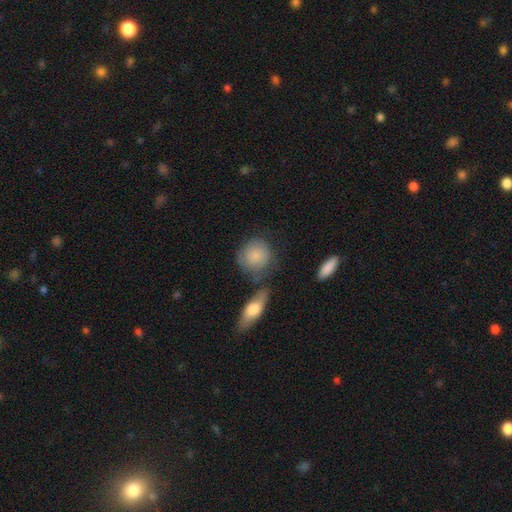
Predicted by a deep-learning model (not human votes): smooth 81%, featured or disk 12%, star or artifact 6%. Down the decision tree: how rounded — round (82%); merging — none (61%).